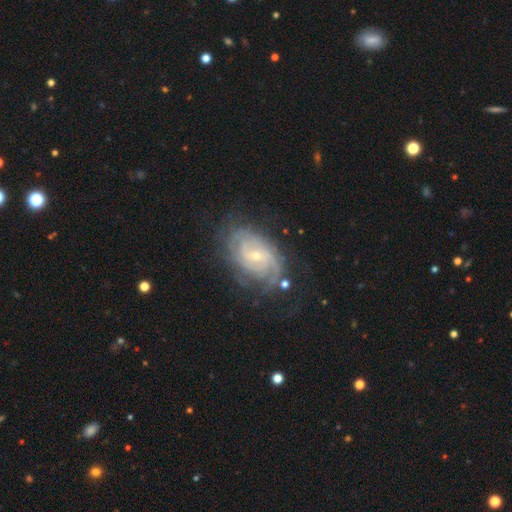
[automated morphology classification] This is clearly a featured or disk galaxy (85%). It is clearly not viewed edge-on (96%). Bar: possibly no (49%). Spiral arm pattern: clearly yes (95%). Spiral arm count: marginally can't tell (36%). Spiral winding: likely tight (65%). Central bulge: likely small (70%). Merging: likely none (67%).